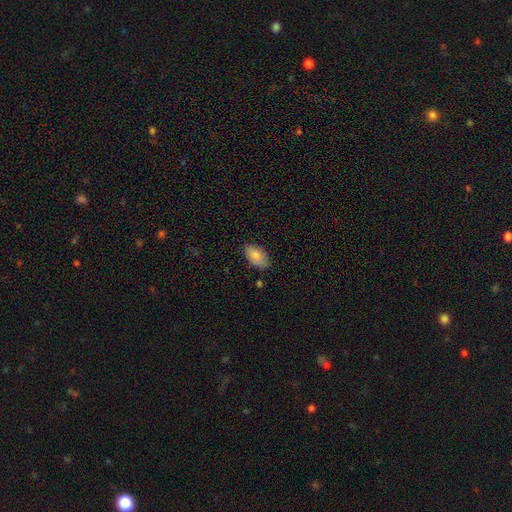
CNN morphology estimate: smooth 84%, featured or disk 10%, star or artifact 6%. Down the decision tree: how rounded — in between (94%); merging — none (81%).